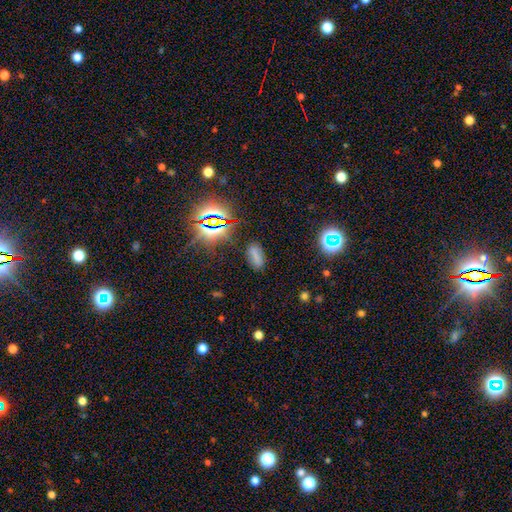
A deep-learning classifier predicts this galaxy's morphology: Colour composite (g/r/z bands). It shows a smooth galaxy with no disk features (62%) that is in between round and cigar-shaped (78%). Merging: none (80%).